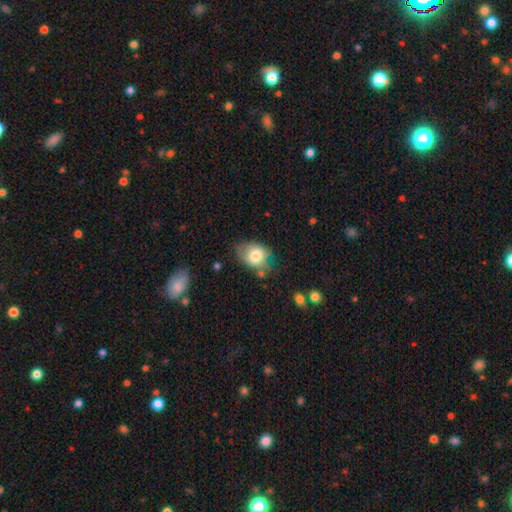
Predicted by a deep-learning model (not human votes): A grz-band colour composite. It shows a smooth galaxy with no disk features (73%) that is in between round and cigar-shaped (73%). Merging: none (51%).